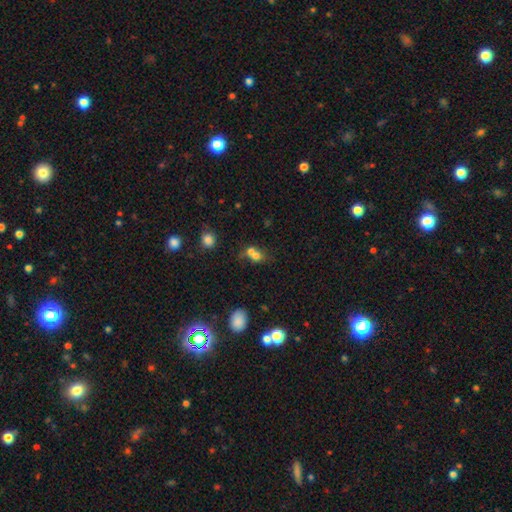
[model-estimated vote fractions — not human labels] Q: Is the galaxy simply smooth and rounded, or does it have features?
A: smooth — 67%.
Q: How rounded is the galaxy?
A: round — 68%.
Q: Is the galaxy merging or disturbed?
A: merger — 60%.